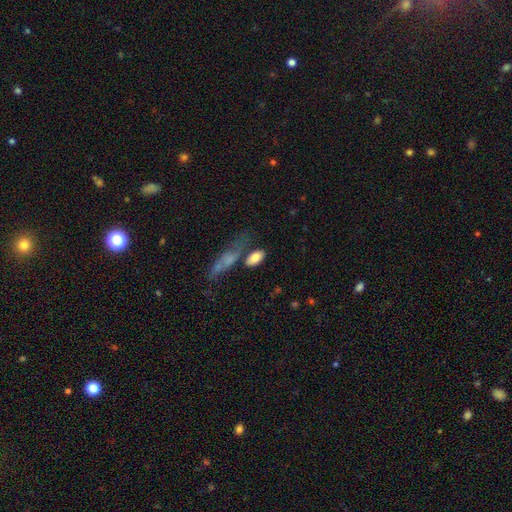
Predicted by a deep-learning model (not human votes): This is clearly a smooth galaxy (82%). How rounded: clearly in between (89%). Merging: possibly none (54%).